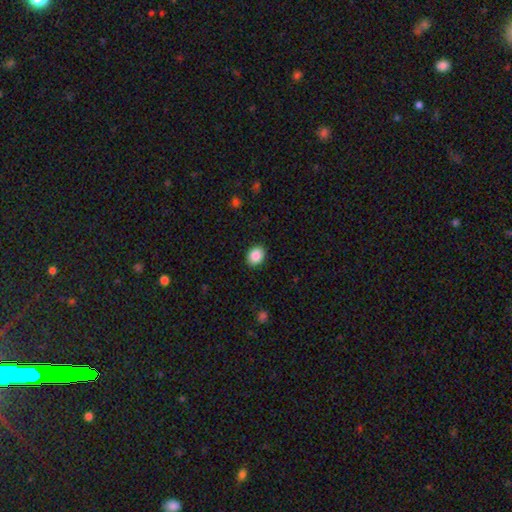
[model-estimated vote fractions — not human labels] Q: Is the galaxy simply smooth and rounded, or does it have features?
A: smooth — 89%.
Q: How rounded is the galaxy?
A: in between — 56%.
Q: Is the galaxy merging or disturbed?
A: none — 89%.